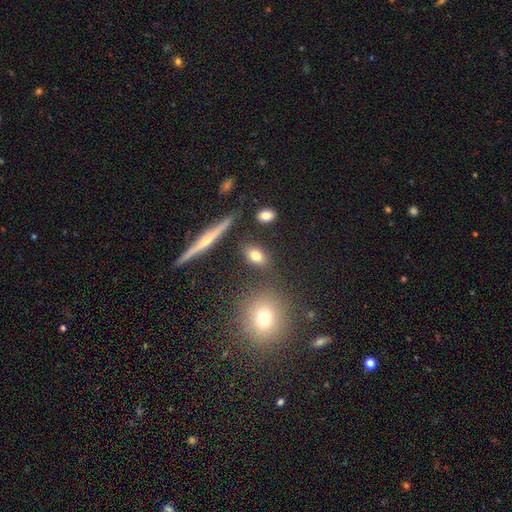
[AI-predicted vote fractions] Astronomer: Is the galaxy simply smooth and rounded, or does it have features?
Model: smooth — 75%.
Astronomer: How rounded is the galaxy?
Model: in between — 76%.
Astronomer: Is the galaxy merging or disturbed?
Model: none — 83%.